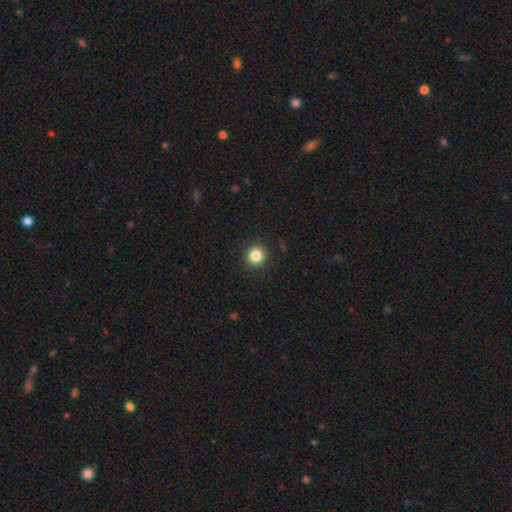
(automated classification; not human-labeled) Smooth or featured: smooth — 84% (star or artifact — 11%)
How rounded: round — 93% (in between — 6%)
Merging: none — 92% (minor disturbance — 5%)